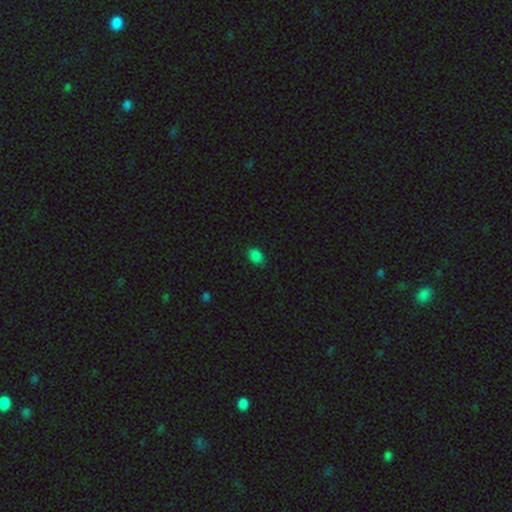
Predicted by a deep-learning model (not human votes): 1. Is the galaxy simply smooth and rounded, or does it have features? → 83% smooth, 14% star or artifact, 3% featured or disk.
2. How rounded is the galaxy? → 63% in between, 36% round, 1% cigar-shaped.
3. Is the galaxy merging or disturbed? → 83% none, 13% minor disturbance, 3% major disturbance, 1% merger.